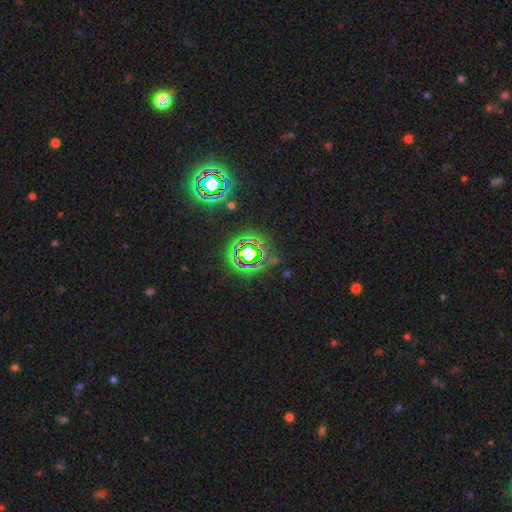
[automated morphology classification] This appears to be a star or artifact, not a galaxy (77%).